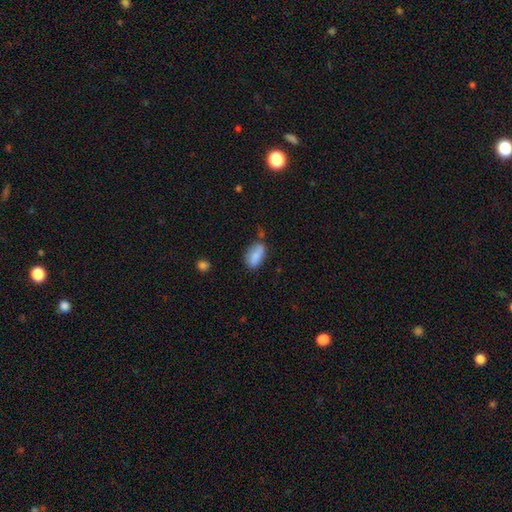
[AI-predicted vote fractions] A smooth galaxy with no disk features (84%) that is in between round and cigar-shaped (91%).

Vote fractions:
- Smooth or featured? smooth: 84% / featured or disk: 9% / star or artifact: 7%
- How rounded? in between: 91% / cigar-shaped: 5% / round: 4%
- Merging? none: 62% / minor disturbance: 26% / merger: 6% / major disturbance: 6%